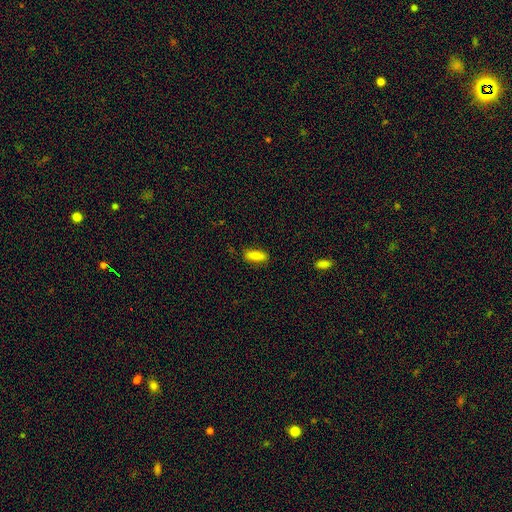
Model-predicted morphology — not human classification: smooth 85%, featured or disk 8%, star or artifact 7%. Down the decision tree: how rounded — in between (64%); merging — none (84%).